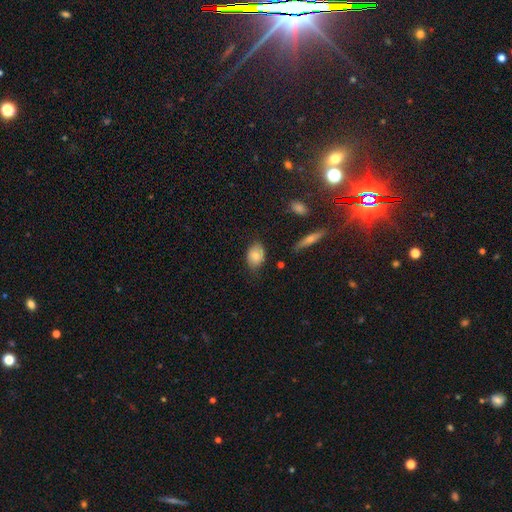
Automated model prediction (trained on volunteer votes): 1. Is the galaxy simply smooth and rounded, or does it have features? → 79% smooth, 14% featured or disk, 7% star or artifact.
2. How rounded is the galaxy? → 74% in between, 25% round, 2% cigar-shaped.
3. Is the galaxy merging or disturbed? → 72% none, 21% minor disturbance, 4% major disturbance, 2% merger.